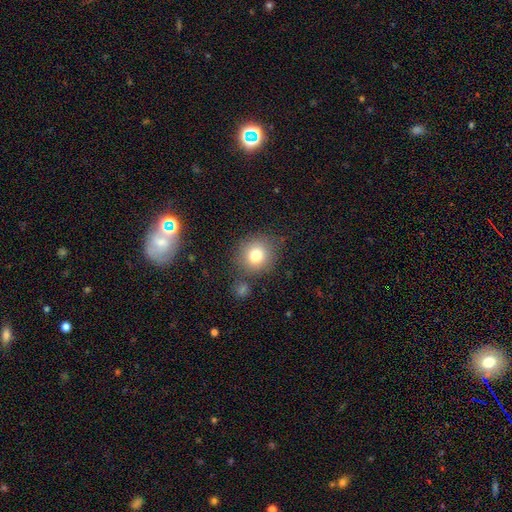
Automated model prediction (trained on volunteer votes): Smooth or featured?
  - smooth: 78% *
  - star or artifact: 11%
  - featured or disk: 10%
How rounded?
  - round: 87% *
  - in between: 12%
  - cigar-shaped: 1%
Merging?
  - none: 76% *
  - minor disturbance: 13%
  - merger: 7%
  - major disturbance: 4%